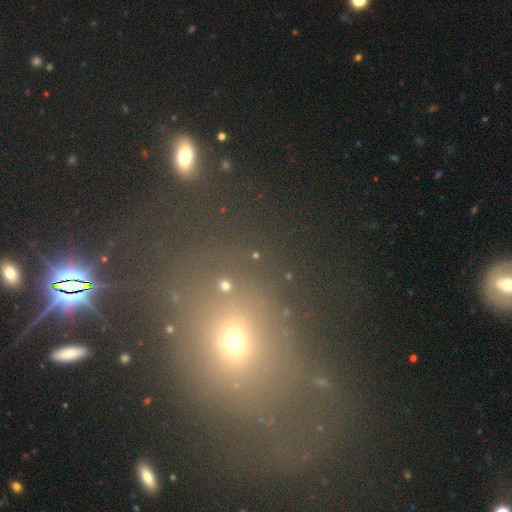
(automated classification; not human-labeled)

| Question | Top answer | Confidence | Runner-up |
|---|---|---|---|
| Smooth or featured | smooth | 45% | star or artifact (44%) |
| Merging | none | 77% | minor disturbance (9%) |